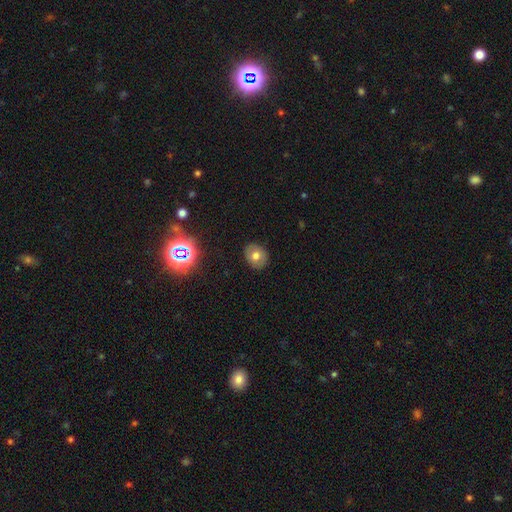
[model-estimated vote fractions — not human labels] smooth-or-featured: smooth: 68% | featured or disk: 18% | star or artifact: 14%
  how-rounded: round: 60% | in between: 39% | cigar-shaped: 1%
  merging: none: 87% | minor disturbance: 9% | major disturbance: 2% | merger: 1%